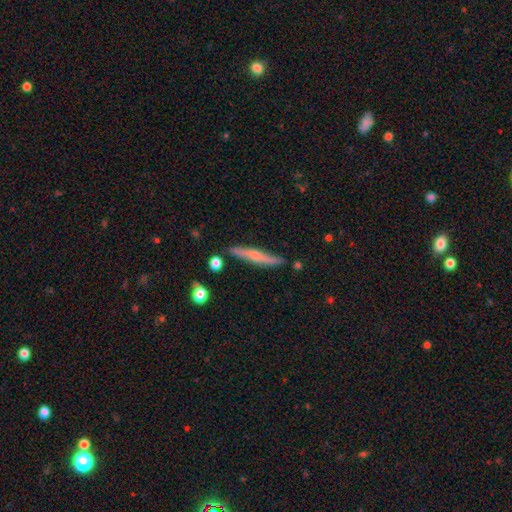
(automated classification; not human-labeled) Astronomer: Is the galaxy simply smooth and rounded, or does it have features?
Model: featured or disk — 53% (runner-up: smooth, 40%).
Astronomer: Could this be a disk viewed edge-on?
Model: yes — 94%.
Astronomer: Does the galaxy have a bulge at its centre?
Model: rounded — 72%.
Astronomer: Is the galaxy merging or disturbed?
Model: none — 85%.